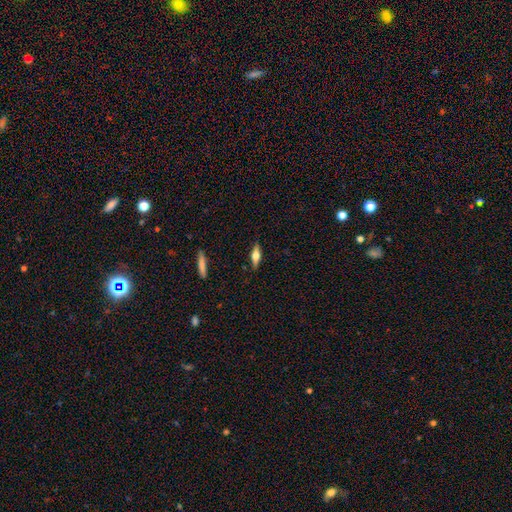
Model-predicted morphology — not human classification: A featured or disk galaxy (53%) viewed edge-on (94%) with a rounded central bulge (91%). Merging: none (86%).